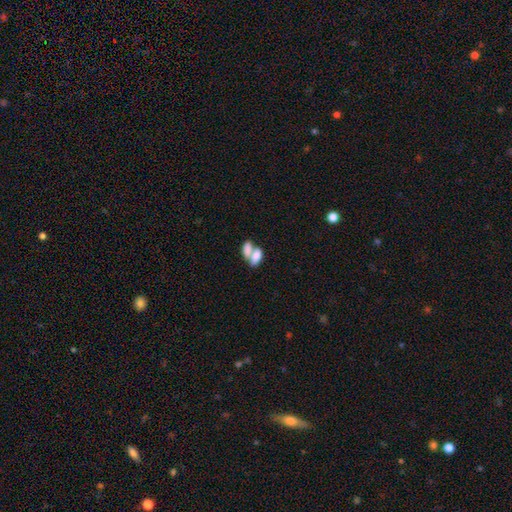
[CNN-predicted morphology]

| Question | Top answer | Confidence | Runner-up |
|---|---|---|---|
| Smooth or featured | smooth | 76% | featured or disk (16%) |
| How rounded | in between | 90% | round (6%) |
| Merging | merger | 69% | none (20%) |